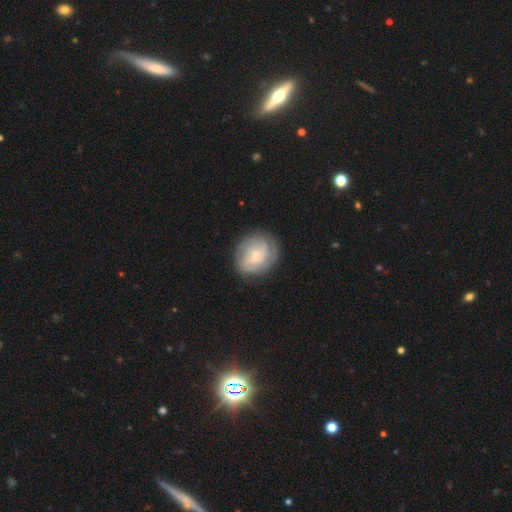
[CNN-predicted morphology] Smooth or featured? featured or disk (67%)
Edge-on disk? no (98%)
Bar? no (69%)
Spiral arms? yes (90%)
Spiral winding? tight (65%)
Spiral arm count? can't tell (38%)
Bulge size? small (68%)
Merging? none (76%)